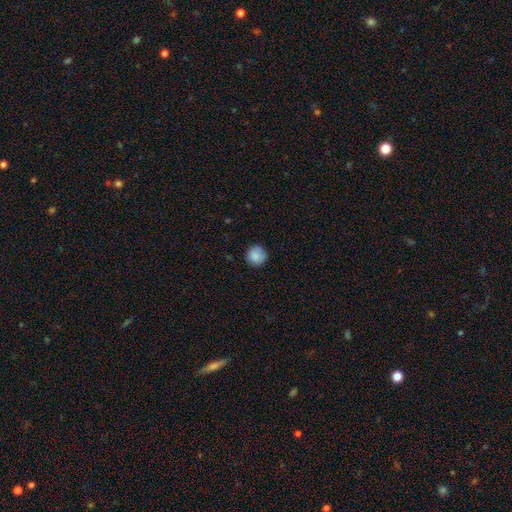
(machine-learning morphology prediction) Smooth or featured?
  - smooth: 86% *
  - star or artifact: 8%
  - featured or disk: 5%
How rounded?
  - round: 94% *
  - in between: 5%
  - cigar-shaped: 1%
Merging?
  - none: 84% *
  - minor disturbance: 13%
  - major disturbance: 2%
  - merger: 1%